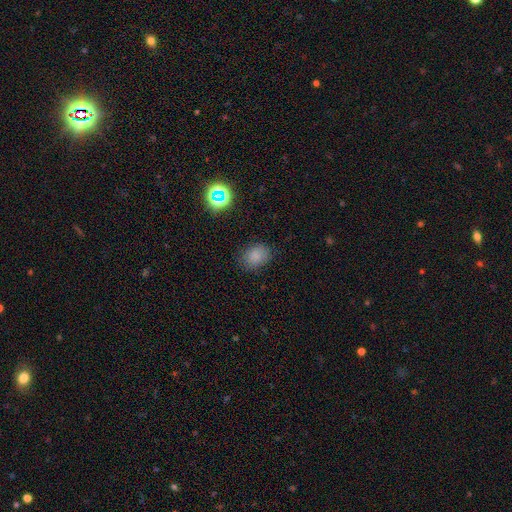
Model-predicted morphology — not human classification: type=smooth (81%); roundness=in between (64%); merging=none (82%).